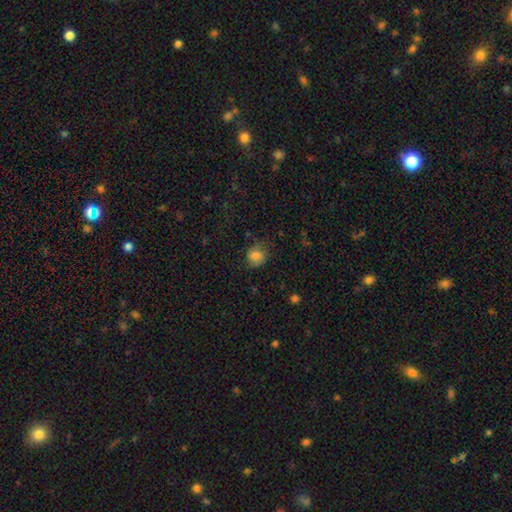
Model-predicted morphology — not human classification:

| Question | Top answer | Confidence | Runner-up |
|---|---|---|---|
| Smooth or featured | smooth | 77% | featured or disk (13%) |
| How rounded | round | 72% | in between (27%) |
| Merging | none | 65% | minor disturbance (24%) |